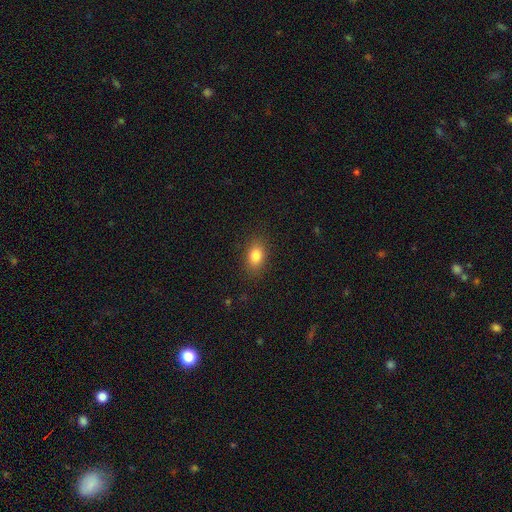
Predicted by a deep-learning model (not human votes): The model was most divided on "how rounded": in between: 81%, round: 17%, cigar-shaped: 2%. More confident: merging — none (85%); smooth or featured — smooth (84%).